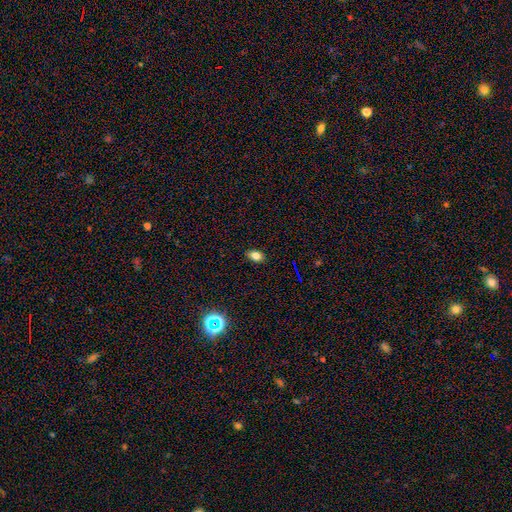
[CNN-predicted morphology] A smooth galaxy with no disk features (79%) that is in between round and cigar-shaped (83%). Merging: none (88%).